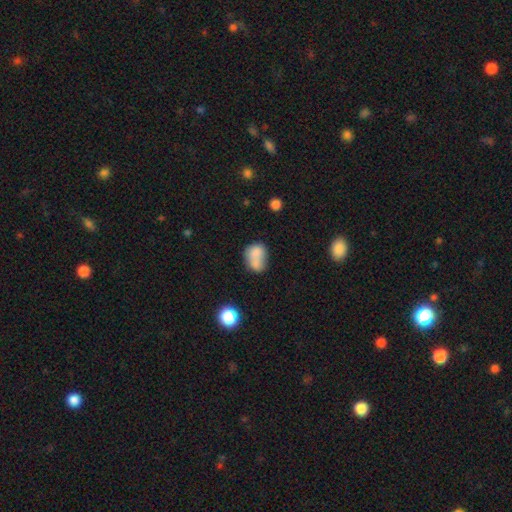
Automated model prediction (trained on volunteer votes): Overall: smooth (75%). How rounded: in between (61%; round 38%). Merging: merger (47%; none 28%).